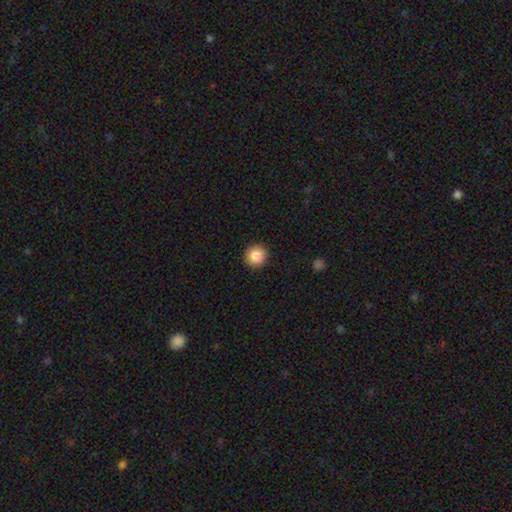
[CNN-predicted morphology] Smooth or featured?
  - smooth: 88% *
  - star or artifact: 9%
  - featured or disk: 4%
How rounded?
  - round: 95% *
  - in between: 4%
  - cigar-shaped: 1%
Merging?
  - none: 93% *
  - minor disturbance: 5%
  - major disturbance: 2%
  - merger: 1%